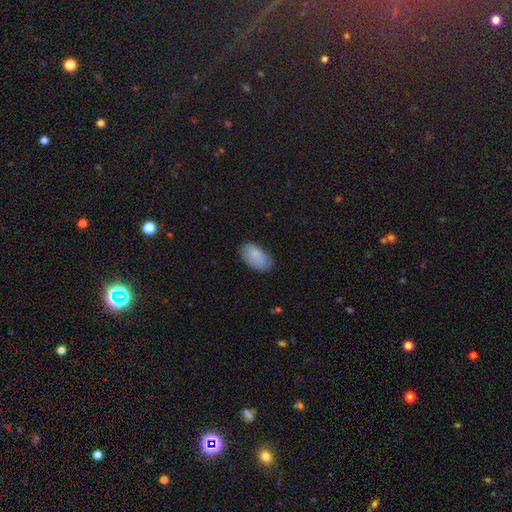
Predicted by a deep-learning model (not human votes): smooth 82%, featured or disk 11%, star or artifact 7%. Down the decision tree: how rounded — in between (94%); merging — none (72%).